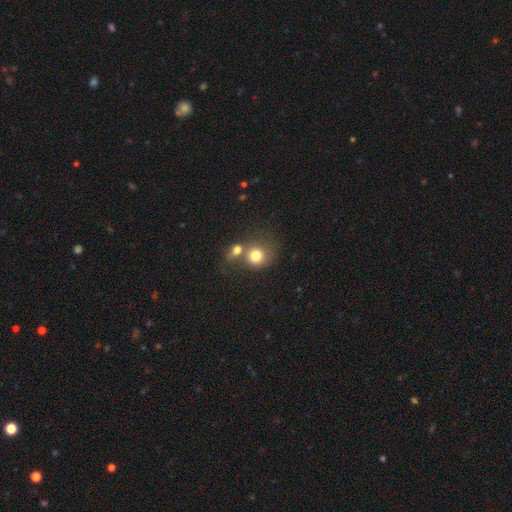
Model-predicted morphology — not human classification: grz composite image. It shows a smooth galaxy with no disk features (78%) that is round (75%). Merging: merger (52%).